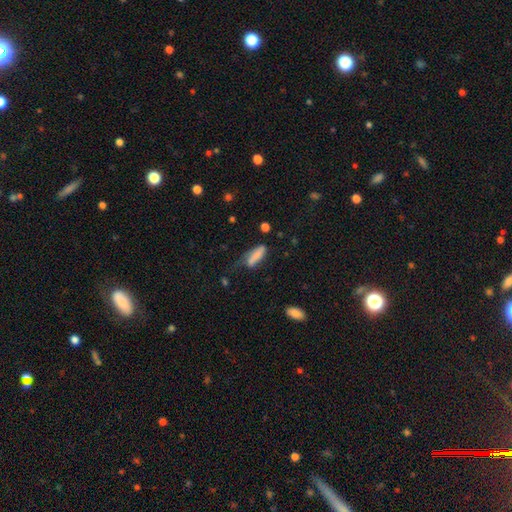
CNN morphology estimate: This appears to be a smooth galaxy with no disk features (77%) that is in between round and cigar-shaped (51%). Merging: none (35%).